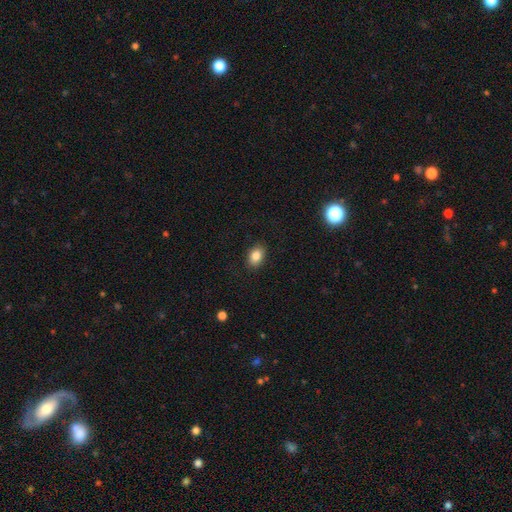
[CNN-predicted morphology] Smooth or featured? smooth (85%)
How rounded? in between (79%)
Merging? none (88%)